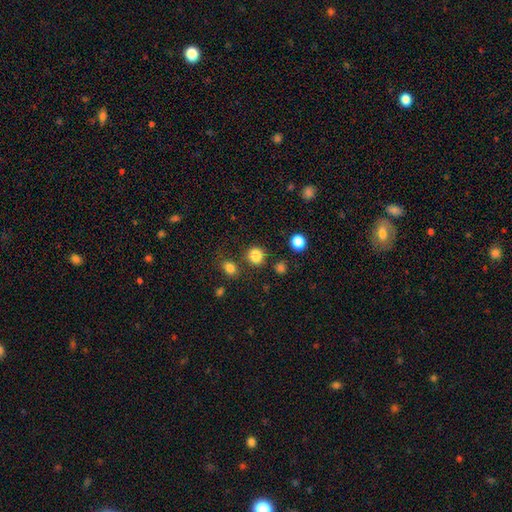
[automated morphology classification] Smooth or featured? smooth (83%)
How rounded? round (75%)
Merging? none (74%)